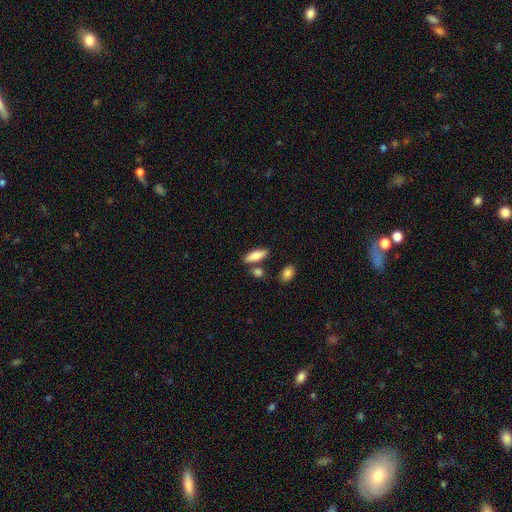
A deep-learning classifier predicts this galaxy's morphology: Smooth or featured?
  - smooth: 80% *
  - featured or disk: 14%
  - star or artifact: 6%
How rounded?
  - in between: 63% *
  - cigar-shaped: 34%
  - round: 3%
Merging?
  - none: 76% *
  - minor disturbance: 11%
  - merger: 10%
  - major disturbance: 3%